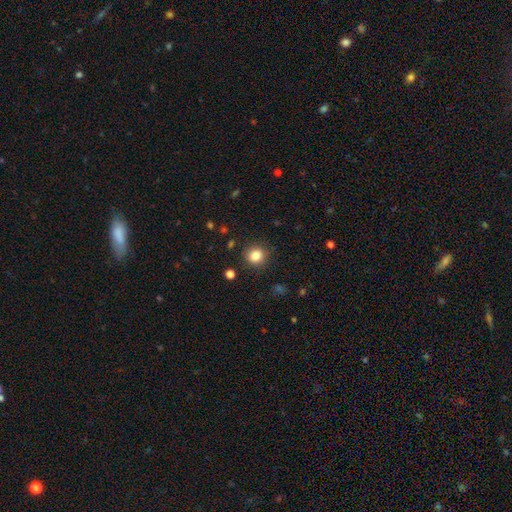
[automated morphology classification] Smooth or featured? Predicted: smooth (p=0.84). How rounded? Predicted: round (p=0.86). Merging? Predicted: none (p=0.88).